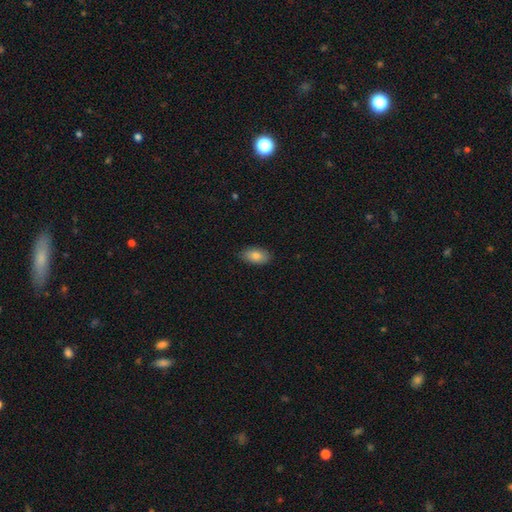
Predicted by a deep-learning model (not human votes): Smooth or featured: smooth — 83% (featured or disk — 10%)
How rounded: in between — 93% (round — 5%)
Merging: none — 87% (minor disturbance — 10%)